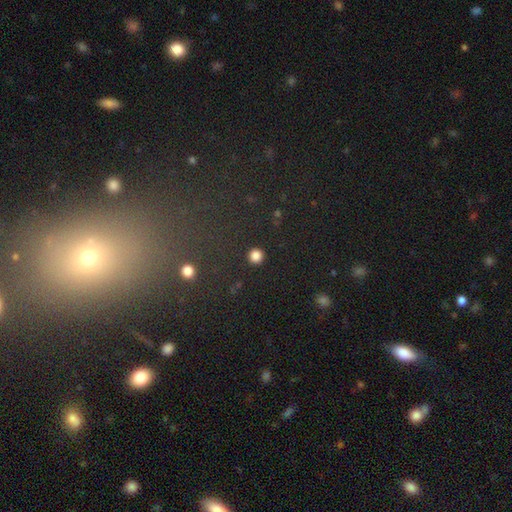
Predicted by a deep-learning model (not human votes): smooth-or-featured: smooth: 84% | star or artifact: 13% | featured or disk: 3%
  how-rounded: round: 93% | in between: 6% | cigar-shaped: 1%
  merging: none: 92% | minor disturbance: 5% | major disturbance: 2% | merger: 1%